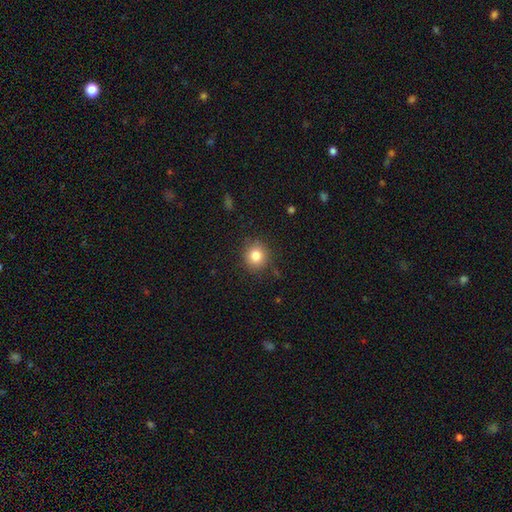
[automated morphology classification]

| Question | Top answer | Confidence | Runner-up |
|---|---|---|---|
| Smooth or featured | smooth | 82% | star or artifact (11%) |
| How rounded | round | 87% | in between (12%) |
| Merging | none | 87% | minor disturbance (9%) |